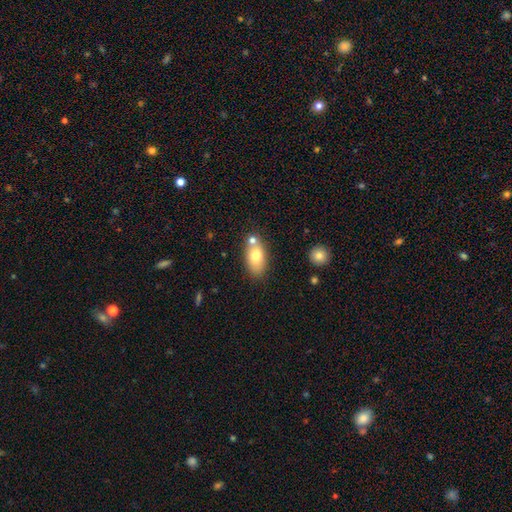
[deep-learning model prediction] This is likely a smooth galaxy (74%). How rounded: clearly in between (88%). Merging: likely none (61%).